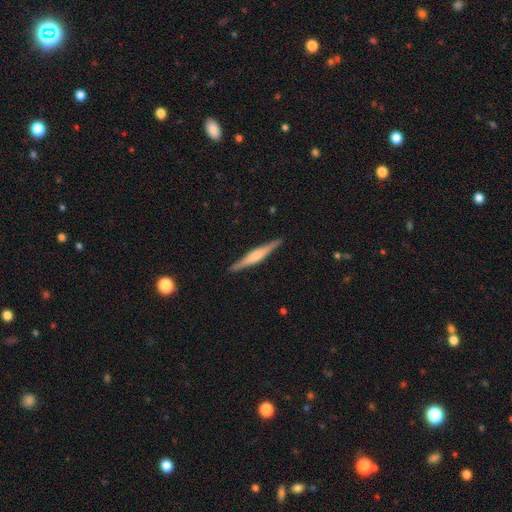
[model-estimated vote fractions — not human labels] Smooth or featured? Predicted: featured or disk (p=0.69). Edge-on disk? Predicted: yes (p=0.98). Edge-on bulge? Predicted: rounded (p=0.54). Merging? Predicted: none (p=0.90).